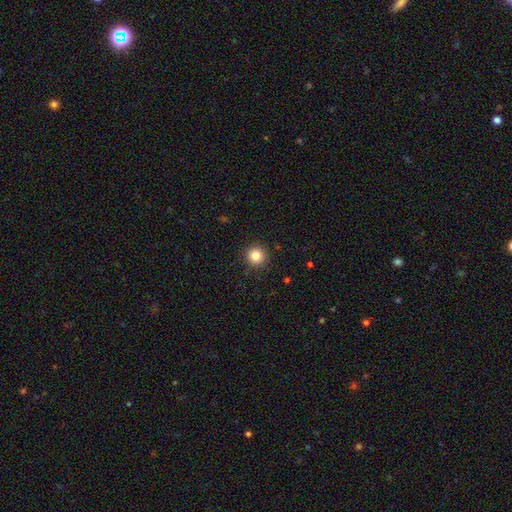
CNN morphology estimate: Smooth or featured: smooth — 84% (star or artifact — 11%)
How rounded: round — 95% (in between — 4%)
Merging: none — 92% (minor disturbance — 5%)